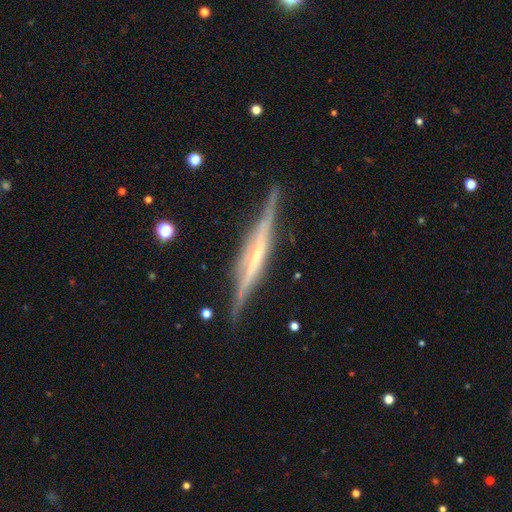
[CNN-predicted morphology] featured or disk 84%, smooth 11%, star or artifact 5%. Down the decision tree: edge-on disk — yes (97%); edge-on bulge — rounded (41%); merging — none (83%).